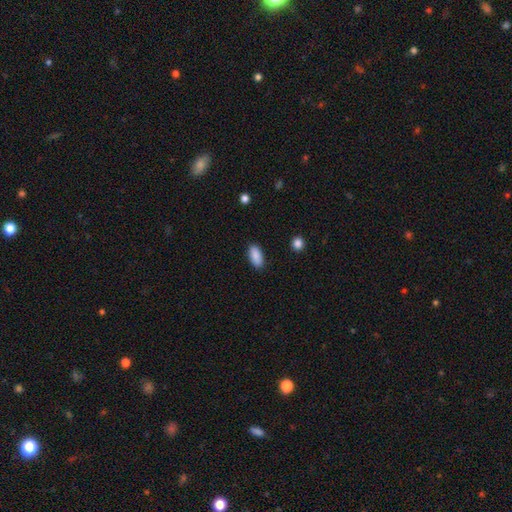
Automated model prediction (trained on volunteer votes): smooth_or_featured: smooth (p=0.89) [alt: star or artifact p=0.07]
how_rounded: in between (p=0.91) [alt: cigar-shaped p=0.07]
merging: none (p=0.88) [alt: minor disturbance p=0.09]